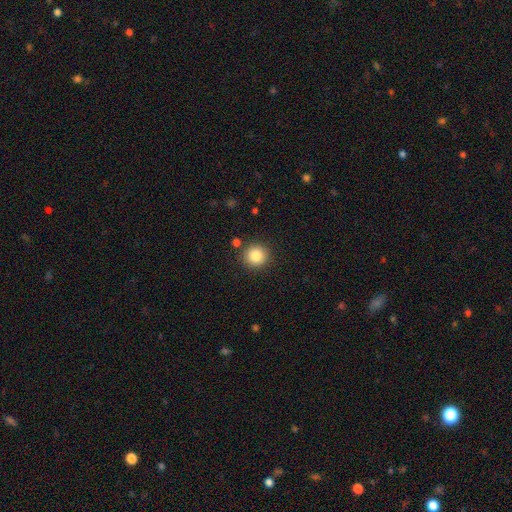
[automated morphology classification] This is clearly a smooth galaxy (84%). How rounded: clearly round (93%). Merging: clearly none (88%).